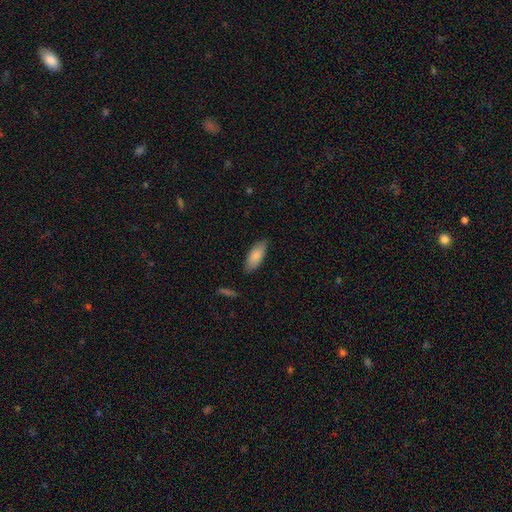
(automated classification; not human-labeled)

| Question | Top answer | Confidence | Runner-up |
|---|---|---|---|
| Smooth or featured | smooth | 84% | featured or disk (10%) |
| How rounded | in between | 80% | cigar-shaped (18%) |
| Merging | none | 84% | minor disturbance (13%) |